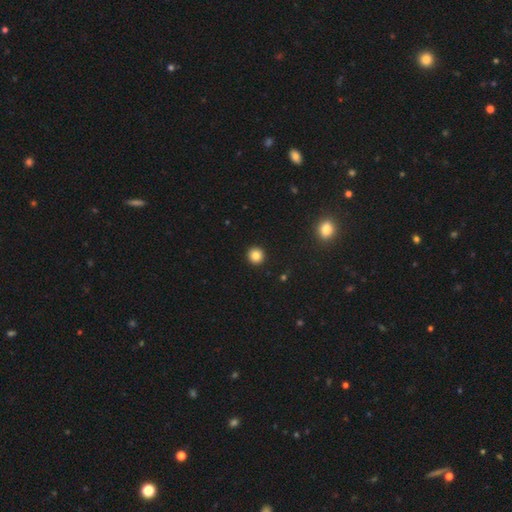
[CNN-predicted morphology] smooth_or_featured: smooth (p=0.84) [alt: star or artifact p=0.11]
how_rounded: round (p=0.95) [alt: in between p=0.04]
merging: none (p=0.94) [alt: minor disturbance p=0.04]